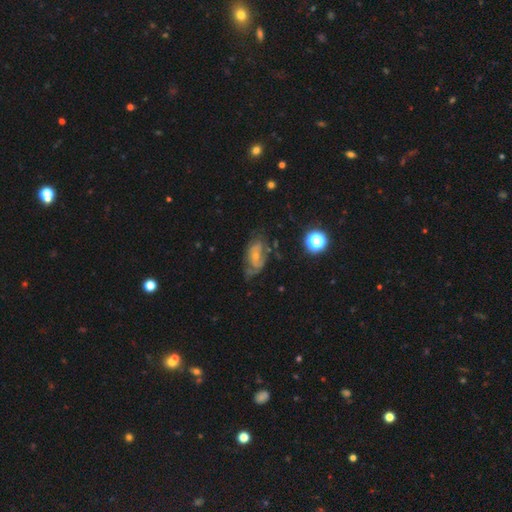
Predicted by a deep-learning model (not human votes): A featured or disk galaxy (58%) with no bar (68%), spiral arms (64%) and a small central bulge (59%).

Vote fractions:
- Smooth or featured? featured or disk: 58% / smooth: 30% / star or artifact: 12%
- Edge-on disk? no: 94% / yes: 6%
- Bar? no: 68% / weak: 26% / strong: 6%
- Spiral arms? yes: 64% / no: 36%
- Bulge size? small: 59% / moderate: 34% / none: 4% / large: 2% / dominant: 1%
- Merging? none: 43% / minor disturbance: 30% / major disturbance: 23% / merger: 4%